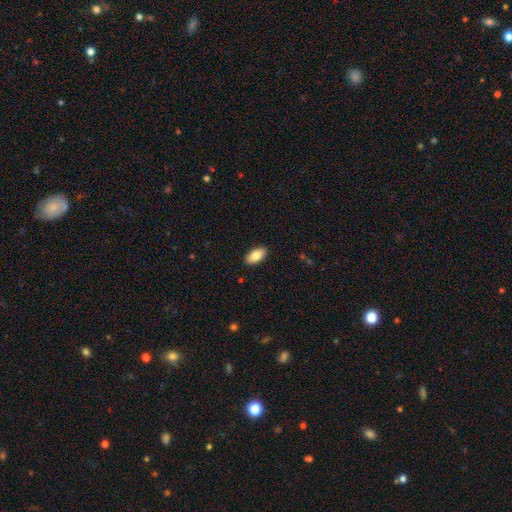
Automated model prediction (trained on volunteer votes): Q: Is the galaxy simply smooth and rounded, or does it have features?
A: smooth — 82%.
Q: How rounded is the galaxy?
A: in between — 93%.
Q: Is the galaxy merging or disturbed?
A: none — 90%.